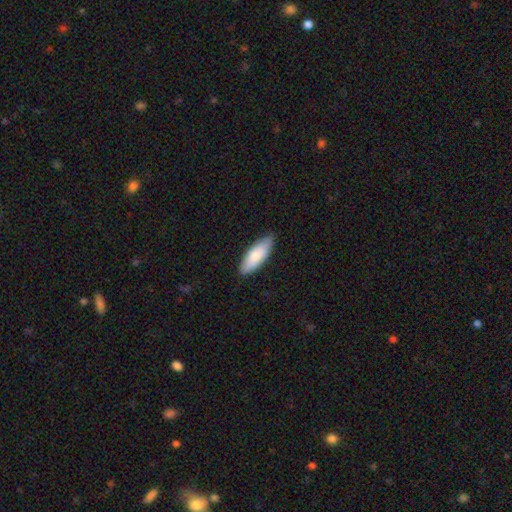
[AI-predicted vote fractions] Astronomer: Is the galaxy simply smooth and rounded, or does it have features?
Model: smooth — 83%.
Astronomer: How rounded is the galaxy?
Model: in between — 67%.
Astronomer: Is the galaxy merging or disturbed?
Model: none — 83%.